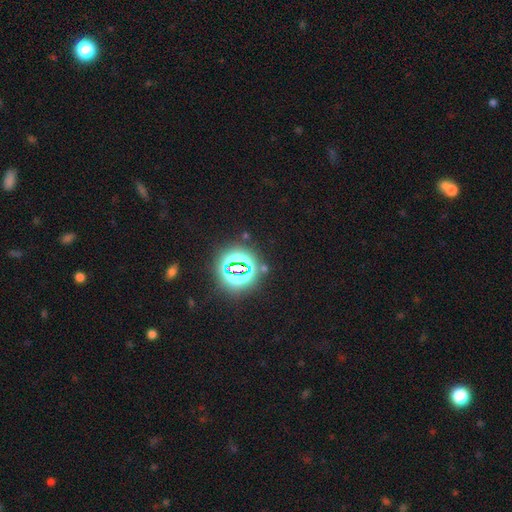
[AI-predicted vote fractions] This appears to be a star or artifact, not a galaxy (79%).